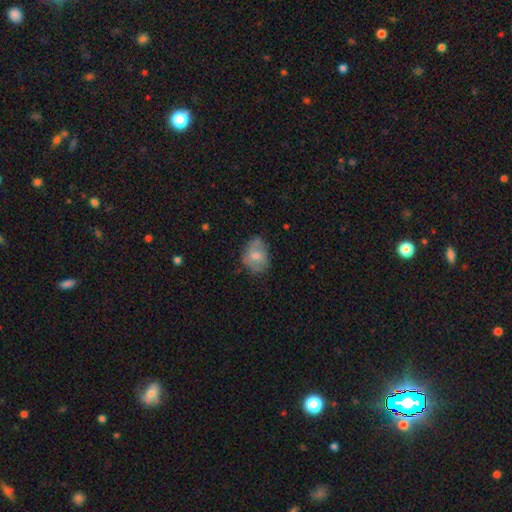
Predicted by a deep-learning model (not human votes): Smooth or featured? Predicted: smooth (p=0.60). How rounded? Predicted: in between (p=0.60). Merging? Predicted: none (p=0.57).